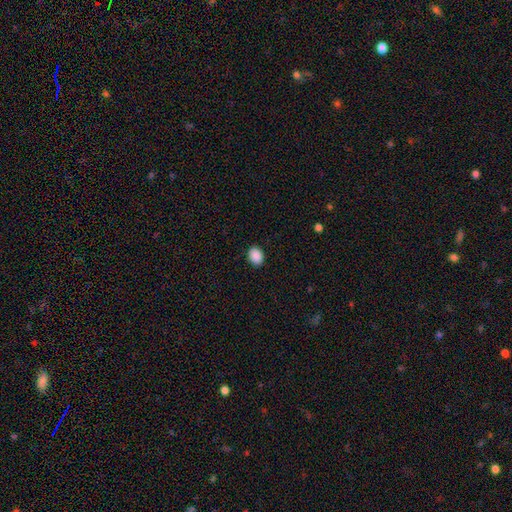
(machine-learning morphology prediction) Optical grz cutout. It shows a smooth galaxy with no disk features (90%) that is in between round and cigar-shaped (66%). Merging: none (90%).